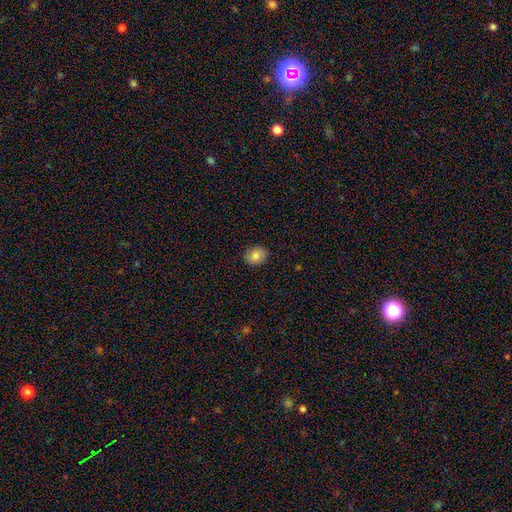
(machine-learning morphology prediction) This appears to be a smooth galaxy with no disk features (84%) that is in between round and cigar-shaped (51%). Merging: none (89%).